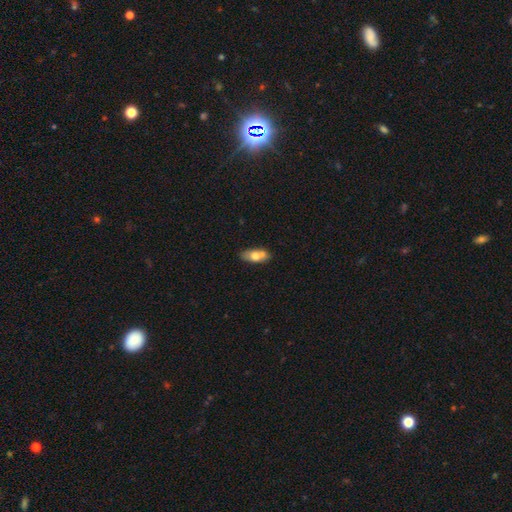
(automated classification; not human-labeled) The model was most divided on "smooth or featured": smooth: 65%, featured or disk: 29%, star or artifact: 7%. More confident: how rounded — in between (84%); merging — none (66%).